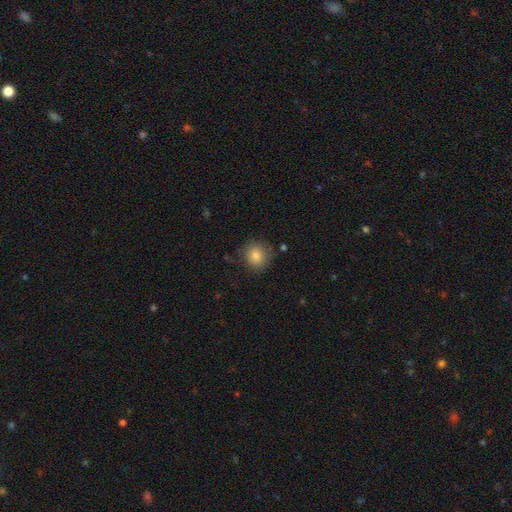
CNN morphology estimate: Smooth or featured? smooth (81%)
How rounded? round (89%)
Merging? none (80%)